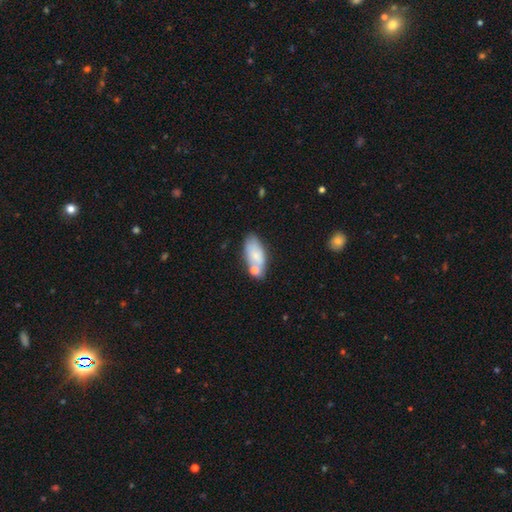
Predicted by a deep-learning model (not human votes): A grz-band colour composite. It shows a smooth galaxy with no disk features (74%) that is in between round and cigar-shaped (88%). Merging: none (54%).